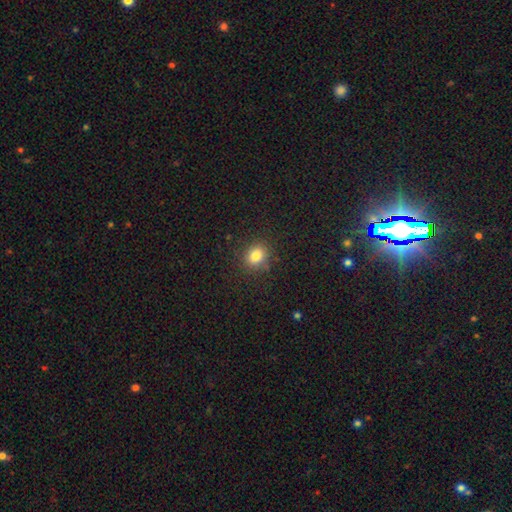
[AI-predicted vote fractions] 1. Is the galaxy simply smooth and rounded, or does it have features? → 81% smooth, 13% star or artifact, 6% featured or disk.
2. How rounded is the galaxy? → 67% round, 32% in between, 1% cigar-shaped.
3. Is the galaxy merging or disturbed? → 85% none, 10% minor disturbance, 3% major disturbance, 2% merger.